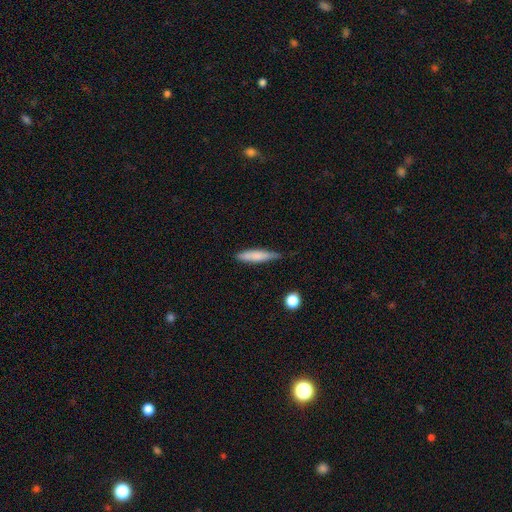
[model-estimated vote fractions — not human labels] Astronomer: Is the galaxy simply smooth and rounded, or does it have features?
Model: smooth — 74%.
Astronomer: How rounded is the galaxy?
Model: cigar-shaped — 84%.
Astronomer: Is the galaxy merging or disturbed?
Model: none — 66%.